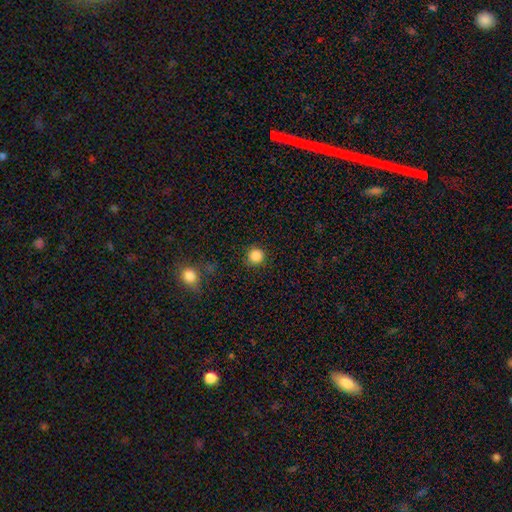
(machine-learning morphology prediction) smooth 85%, star or artifact 11%, featured or disk 4%. Down the decision tree: how rounded — round (95%); merging — none (90%).